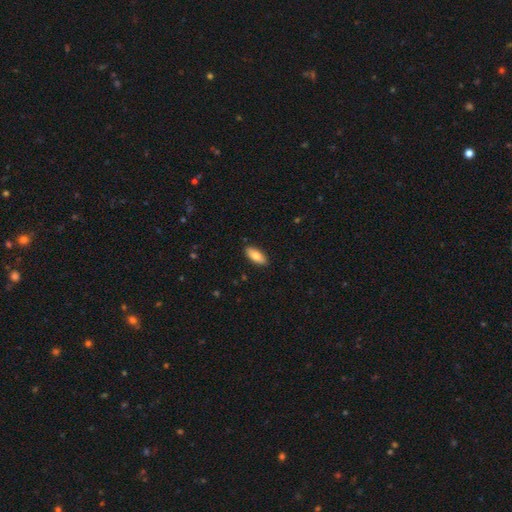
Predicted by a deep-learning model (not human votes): smooth_or_featured: smooth (p=0.79) [alt: featured or disk p=0.15]
how_rounded: in between (p=0.81) [alt: cigar-shaped p=0.16]
merging: none (p=0.89) [alt: minor disturbance p=0.09]